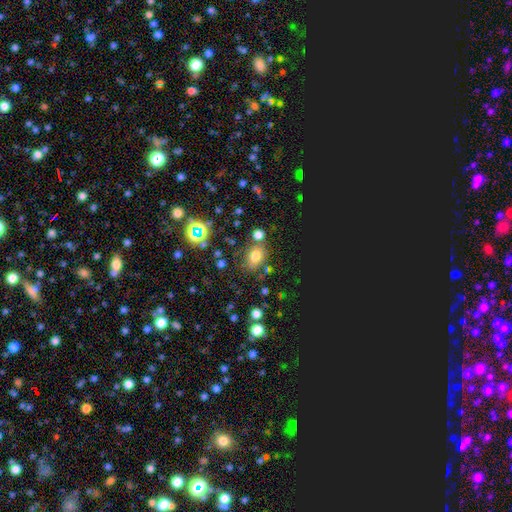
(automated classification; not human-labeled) Q: Smooth or featured?
A: smooth (69%); runner-up: star or artifact (20%)
Q: How rounded?
A: in between (63%); runner-up: round (36%)
Q: Merging?
A: none (70%); runner-up: minor disturbance (14%)